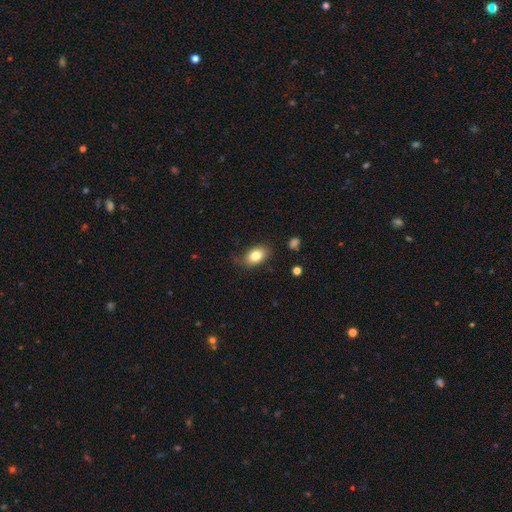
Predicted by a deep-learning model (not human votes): Smooth or featured?
  - smooth: 81% *
  - featured or disk: 11%
  - star or artifact: 8%
How rounded?
  - in between: 85% *
  - round: 13%
  - cigar-shaped: 2%
Merging?
  - none: 75% *
  - minor disturbance: 19%
  - major disturbance: 5%
  - merger: 2%